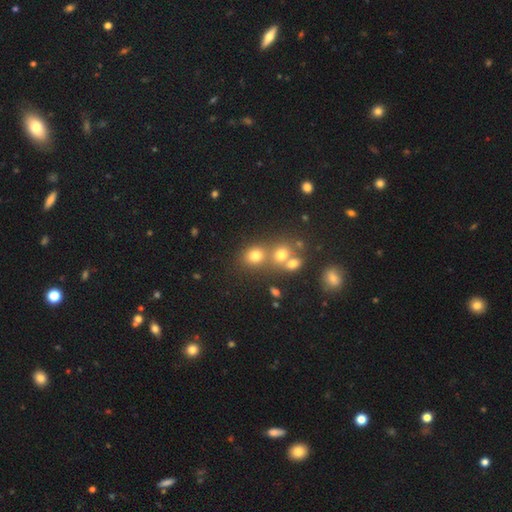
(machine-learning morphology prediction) A smooth galaxy with no disk features (69%) that is round (73%).

Vote fractions:
- Smooth or featured? smooth: 69% / star or artifact: 20% / featured or disk: 11%
- How rounded? round: 73% / in between: 26% / cigar-shaped: 1%
- Merging? none: 52% / merger: 36% / minor disturbance: 8% / major disturbance: 4%